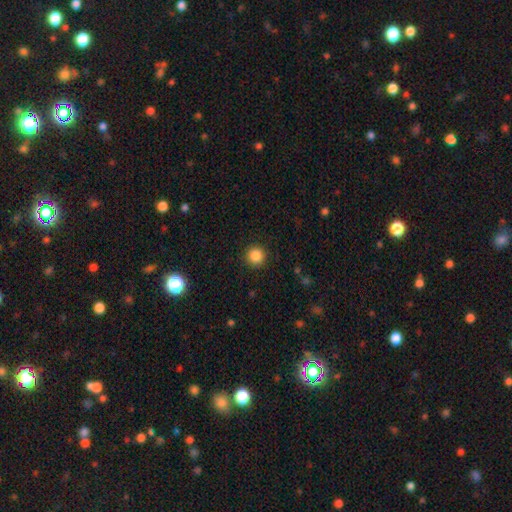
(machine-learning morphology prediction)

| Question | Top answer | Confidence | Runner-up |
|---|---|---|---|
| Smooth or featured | smooth | 86% | star or artifact (11%) |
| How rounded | round | 95% | in between (4%) |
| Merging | none | 91% | minor disturbance (5%) |